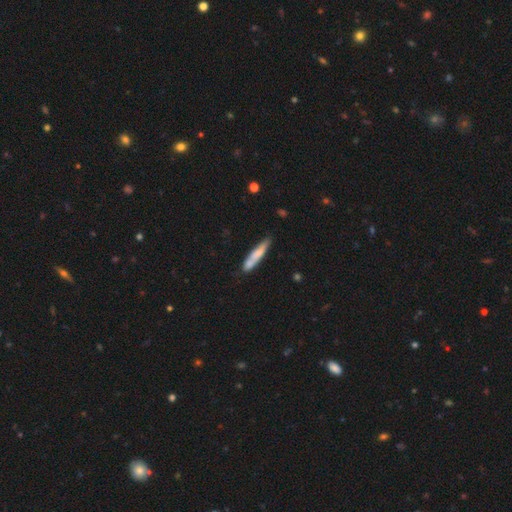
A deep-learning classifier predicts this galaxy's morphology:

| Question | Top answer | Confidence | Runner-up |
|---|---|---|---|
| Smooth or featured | smooth | 68% | featured or disk (26%) |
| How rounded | cigar-shaped | 89% | in between (10%) |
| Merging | none | 72% | minor disturbance (18%) |